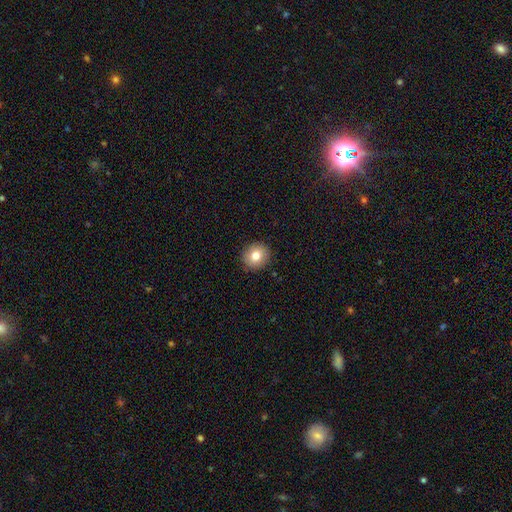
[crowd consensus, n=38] Morphology: type=smooth (74%); roundness=round (96%); merging=none (94%).